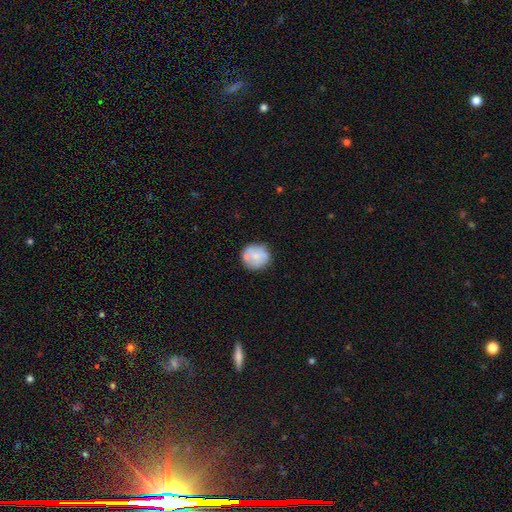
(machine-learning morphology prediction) smooth-or-featured: smooth: 67% | featured or disk: 25% | star or artifact: 7%
  how-rounded: round: 89% | in between: 10% | cigar-shaped: 1%
  merging: none: 69% | minor disturbance: 18% | merger: 8% | major disturbance: 5%